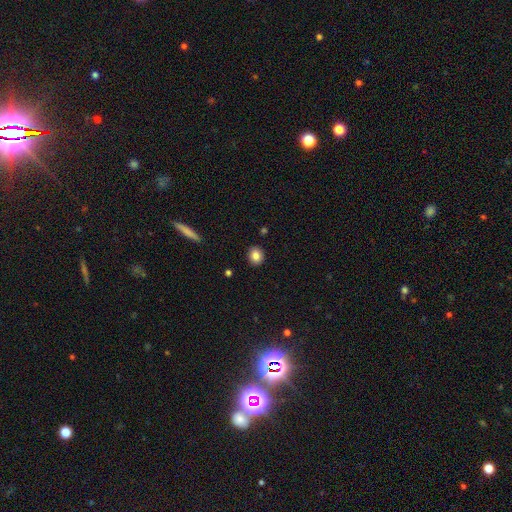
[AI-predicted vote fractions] Smooth or featured? smooth (84%)
How rounded? round (64%)
Merging? none (90%)